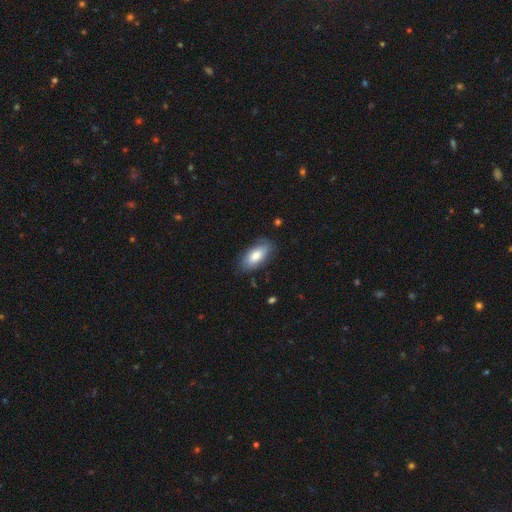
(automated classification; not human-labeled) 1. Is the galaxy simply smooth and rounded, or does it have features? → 73% smooth, 21% featured or disk, 6% star or artifact.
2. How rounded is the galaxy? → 89% in between, 8% cigar-shaped, 3% round.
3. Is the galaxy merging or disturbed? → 75% none, 19% minor disturbance, 4% major disturbance, 1% merger.